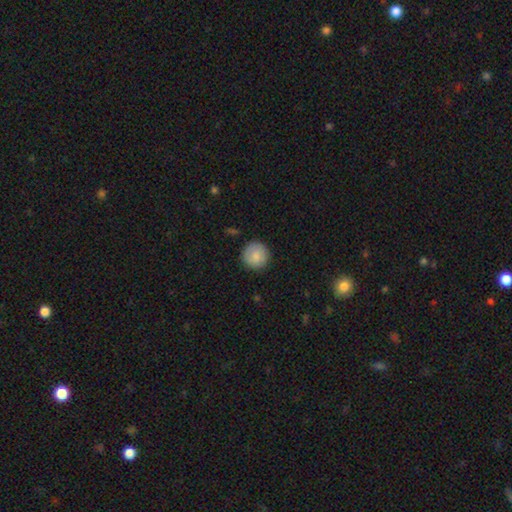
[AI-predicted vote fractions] Morphology: type=smooth (85%); roundness=round (95%); merging=none (89%).